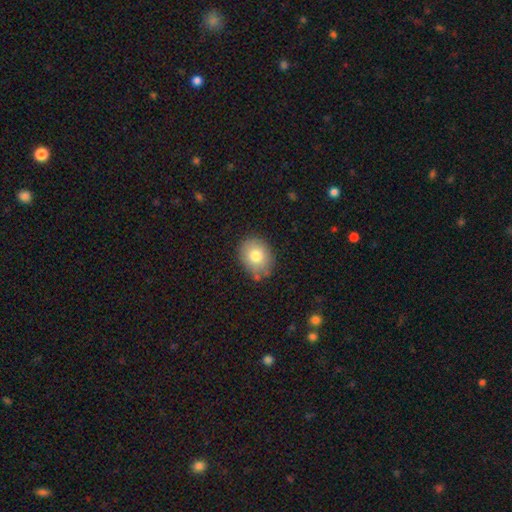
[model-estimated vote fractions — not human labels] smooth_or_featured: smooth (p=0.79) [alt: featured or disk p=0.13]
how_rounded: in between (p=0.54) [alt: round p=0.45]
merging: none (p=0.79) [alt: minor disturbance p=0.15]